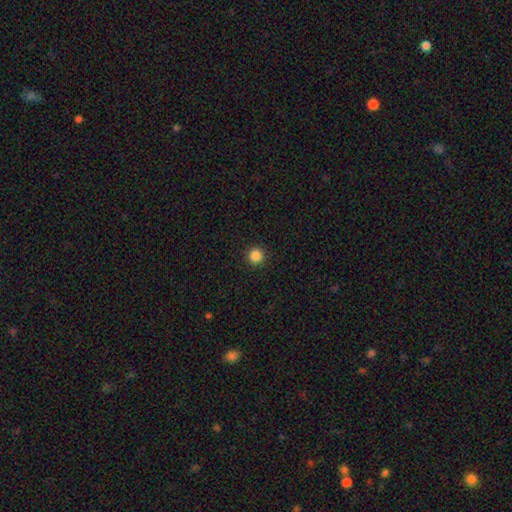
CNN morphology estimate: Overall: smooth (85%). How rounded: round (96%). Merging: none (93%).